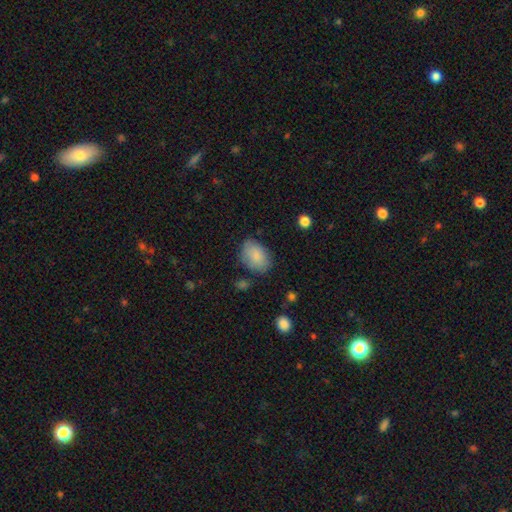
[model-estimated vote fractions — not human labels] The model was most divided on "merging": none: 73%, minor disturbance: 19%, major disturbance: 5%, merger: 3%. More confident: smooth or featured — smooth (85%); how rounded — in between (83%).